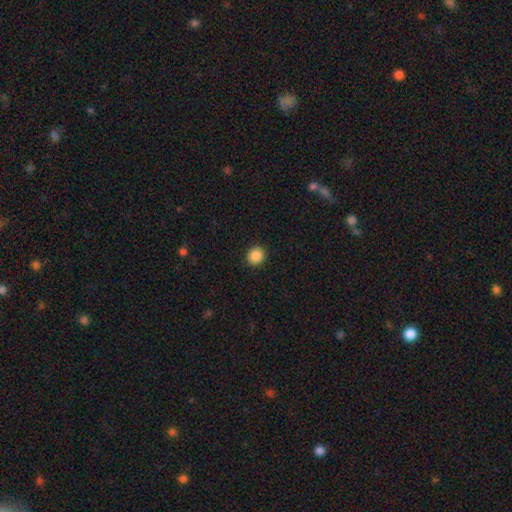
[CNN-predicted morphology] The model was most divided on "smooth or featured": smooth: 88%, star or artifact: 9%, featured or disk: 3%. More confident: merging — none (92%); how rounded — round (90%).